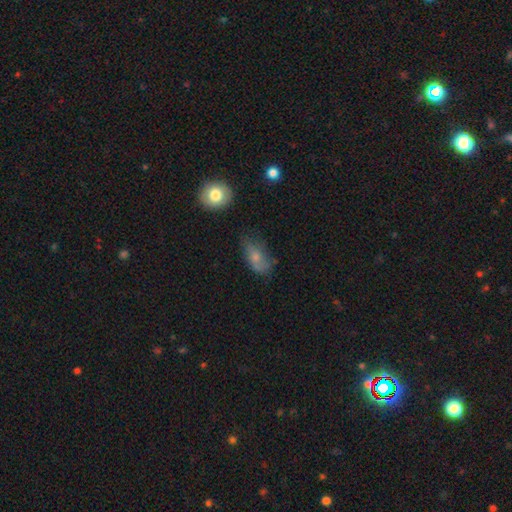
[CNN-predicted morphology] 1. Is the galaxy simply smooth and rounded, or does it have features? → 58% smooth, 29% featured or disk, 14% star or artifact.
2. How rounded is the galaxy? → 83% in between, 10% round, 7% cigar-shaped.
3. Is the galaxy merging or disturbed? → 54% none, 30% minor disturbance, 14% major disturbance, 3% merger.